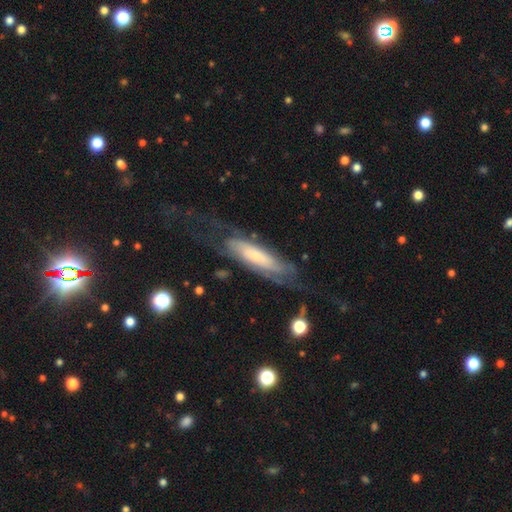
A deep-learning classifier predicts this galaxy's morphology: smooth_or_featured: featured or disk (p=0.66) [alt: smooth p=0.28]
disk_edge_on: no (p=0.71) [alt: yes p=0.29]
merging: none (p=0.55) [alt: major disturbance p=0.23]